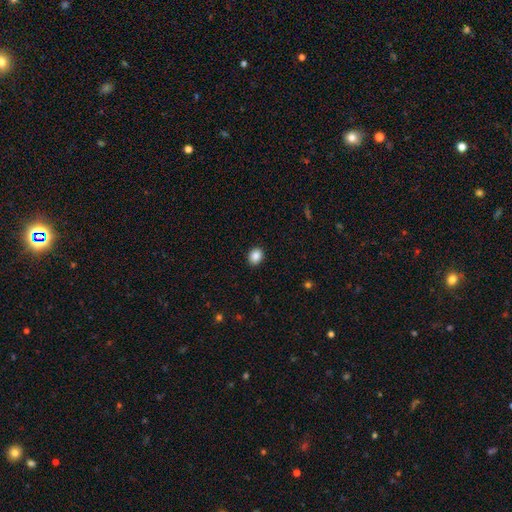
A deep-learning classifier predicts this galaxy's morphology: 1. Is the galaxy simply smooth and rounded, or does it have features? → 88% smooth, 9% star or artifact, 3% featured or disk.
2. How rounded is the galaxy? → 50% in between, 49% round, 1% cigar-shaped.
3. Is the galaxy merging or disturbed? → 90% none, 7% minor disturbance, 2% major disturbance, 1% merger.